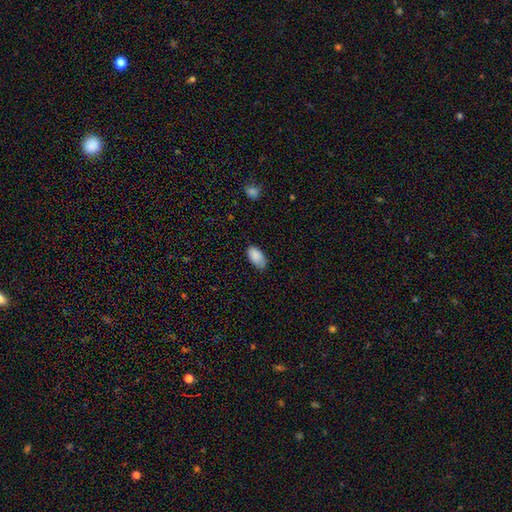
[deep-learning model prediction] This appears to be a smooth galaxy with no disk features (88%) that is in between round and cigar-shaped (95%). Merging: none (71%).